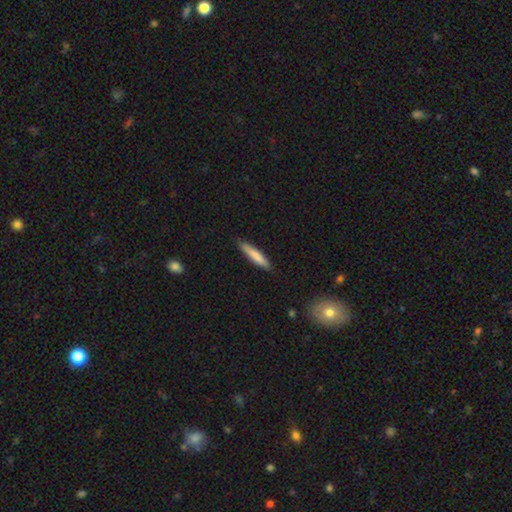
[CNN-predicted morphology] smooth-or-featured: smooth: 78% | featured or disk: 16% | star or artifact: 6%
  how-rounded: cigar-shaped: 90% | in between: 9% | round: 1%
  merging: none: 85% | minor disturbance: 12% | major disturbance: 2% | merger: 1%